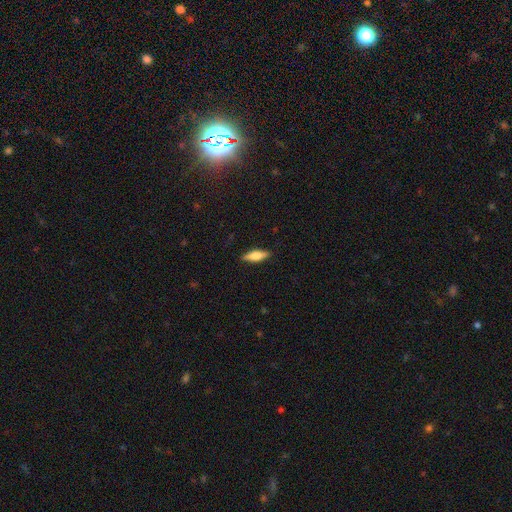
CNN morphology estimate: The model was most divided on "how rounded": in between: 52%, cigar-shaped: 46%, round: 3%. More confident: merging — none (88%); smooth or featured — smooth (64%).